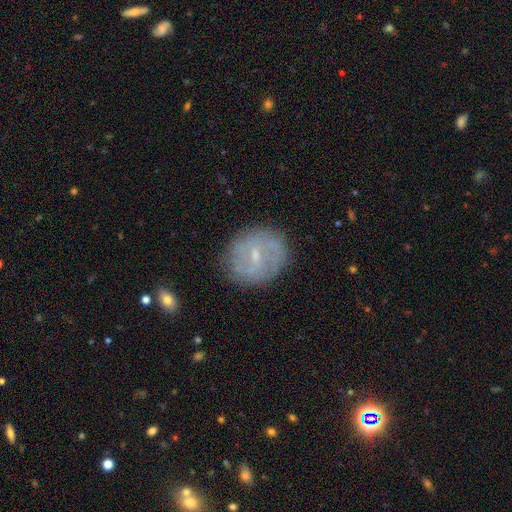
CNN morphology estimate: Overall: featured or disk (65%; smooth 26%). Edge-on disk: no (96%). Bar: weak (57%; no 24%). Spiral arms: yes (68%; no 32%). Bulge size: small (71%). Merging: none (79%).